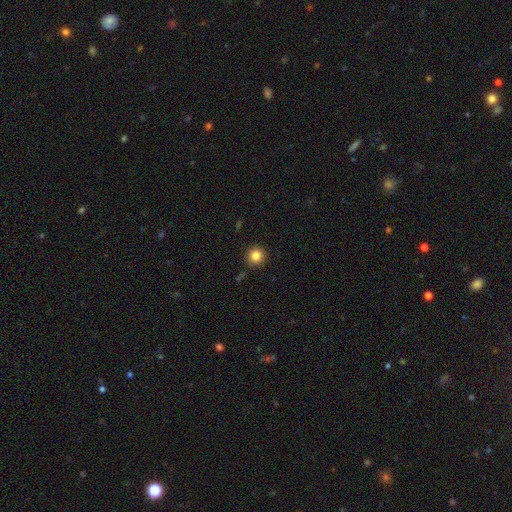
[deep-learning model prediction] This is clearly a smooth galaxy (84%). How rounded: clearly round (94%). Merging: clearly none (90%).